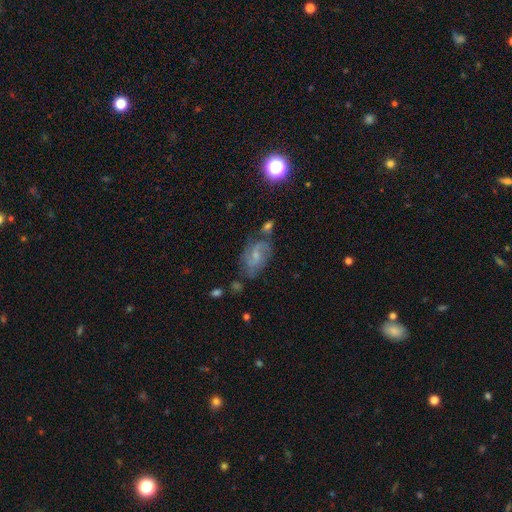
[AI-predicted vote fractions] Smooth or featured?
  - featured or disk: 70% *
  - smooth: 19%
  - star or artifact: 11%
Edge-on disk?
  - no: 97% *
  - yes: 3%
Bar?
  - weak: 47% *
  - no: 44%
  - strong: 9%
Spiral arms?
  - yes: 91% *
  - no: 9%
Spiral winding?
  - medium: 49% *
  - tight: 27%
  - loose: 24%
Spiral arm count?
  - 2: 71% *
  - can't tell: 15%
  - 3: 7%
  - 1: 3%
  - 4: 2%
  - more than 4: 2%
Bulge size?
  - small: 63% *
  - moderate: 27%
  - none: 7%
  - large: 2%
  - dominant: 1%
Merging?
  - none: 60% *
  - minor disturbance: 22%
  - major disturbance: 10%
  - merger: 8%